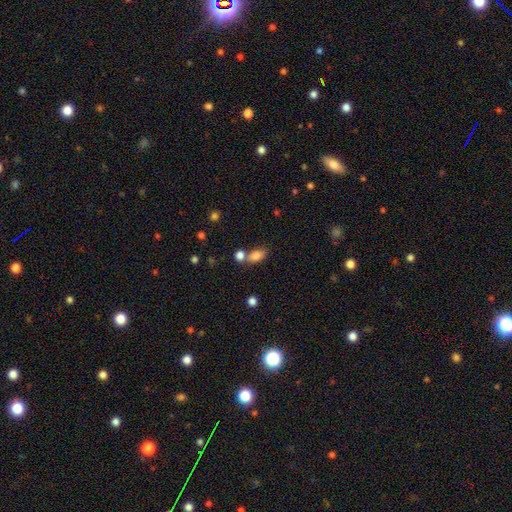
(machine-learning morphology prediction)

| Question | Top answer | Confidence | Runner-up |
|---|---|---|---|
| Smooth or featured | smooth | 80% | star or artifact (10%) |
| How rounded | in between | 82% | round (15%) |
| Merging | none | 50% | merger (33%) |